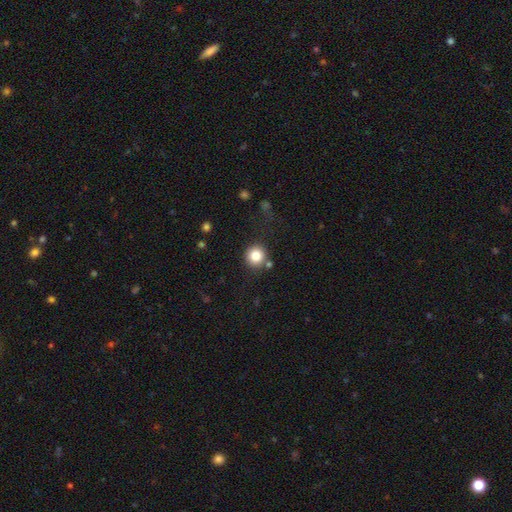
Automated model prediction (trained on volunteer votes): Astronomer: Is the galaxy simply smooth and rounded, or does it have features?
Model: smooth — 83%.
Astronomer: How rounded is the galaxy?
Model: round — 93%.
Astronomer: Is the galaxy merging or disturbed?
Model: none — 82%.